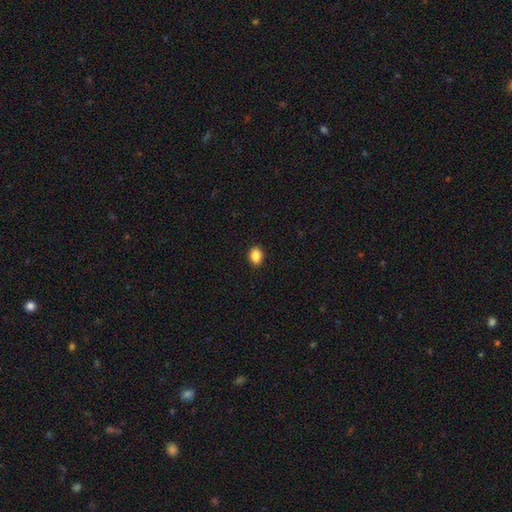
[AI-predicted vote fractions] Smooth or featured: smooth — 88% (star or artifact — 9%)
How rounded: in between — 71% (round — 28%)
Merging: none — 91% (minor disturbance — 6%)